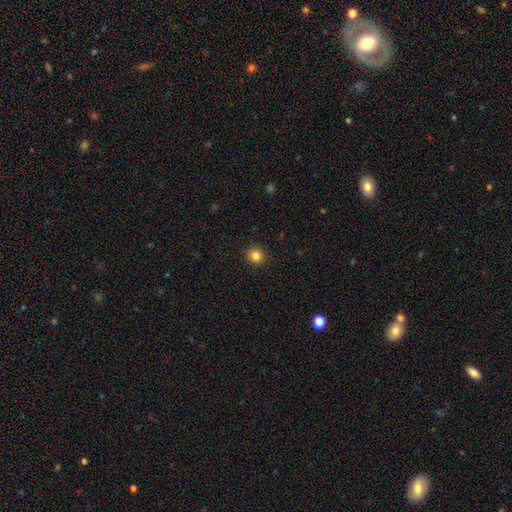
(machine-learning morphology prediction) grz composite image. It shows a smooth galaxy with no disk features (85%) that is round (85%). Merging: none (90%).